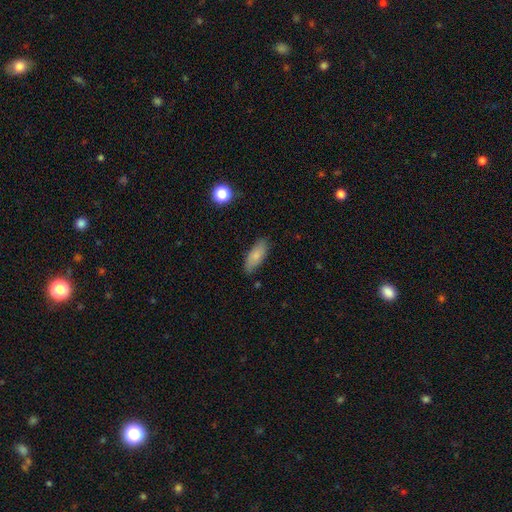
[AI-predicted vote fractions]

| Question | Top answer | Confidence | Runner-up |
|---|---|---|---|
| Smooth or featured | smooth | 79% | featured or disk (14%) |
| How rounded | in between | 80% | cigar-shaped (18%) |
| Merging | none | 80% | minor disturbance (16%) |